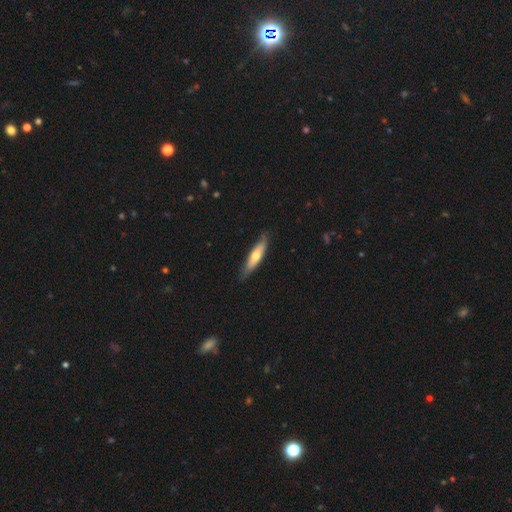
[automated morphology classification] Overall: smooth (56%; featured or disk 38%). How rounded: cigar-shaped (77%). Merging: none (79%).